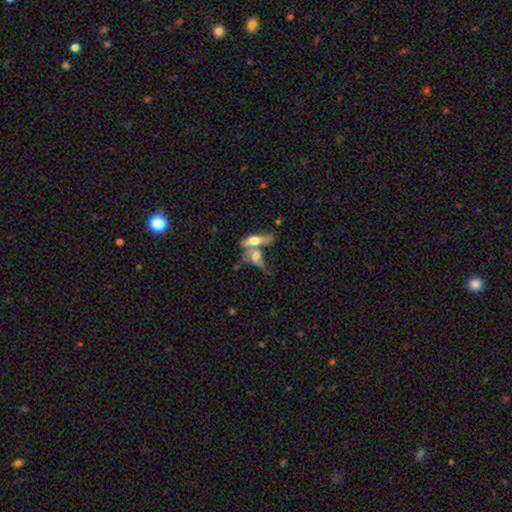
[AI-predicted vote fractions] featured or disk 49%, smooth 41%, star or artifact 10%. Down the decision tree: merging — merger (57%).